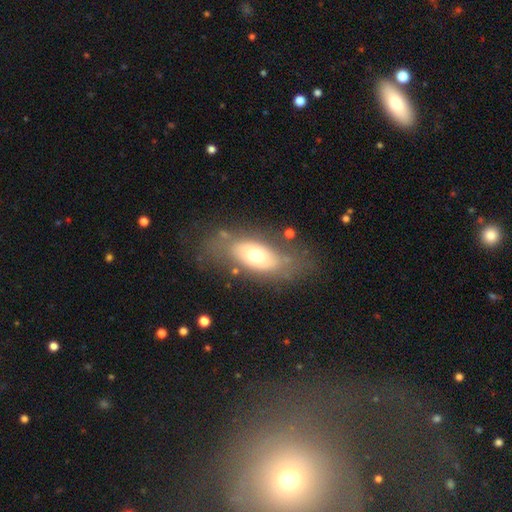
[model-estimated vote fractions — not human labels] This appears to be a smooth galaxy with no disk features (53%) that is in between round and cigar-shaped (85%). Merging: none (66%).